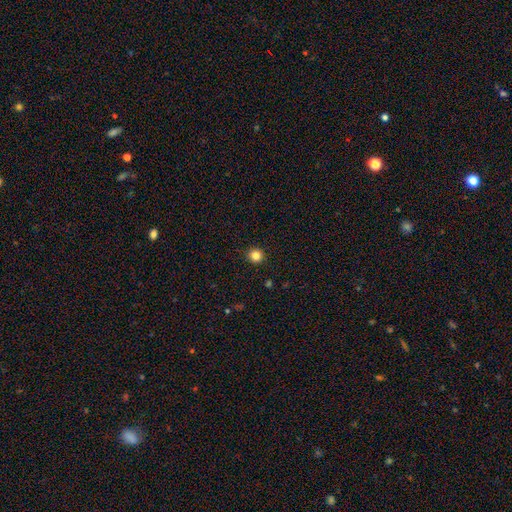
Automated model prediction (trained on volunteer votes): The model was most divided on "smooth or featured": smooth: 83%, star or artifact: 12%, featured or disk: 5%. More confident: how rounded — round (95%); merging — none (93%).